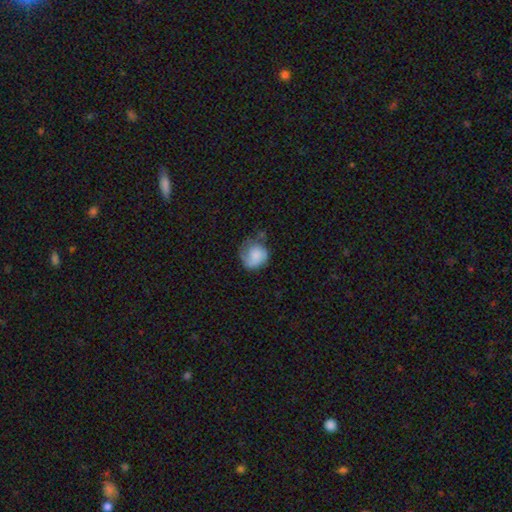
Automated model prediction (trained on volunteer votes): Q: Smooth or featured?
A: smooth (65%); runner-up: featured or disk (28%)
Q: How rounded?
A: round (78%); runner-up: in between (21%)
Q: Merging?
A: none (44%); runner-up: minor disturbance (32%)